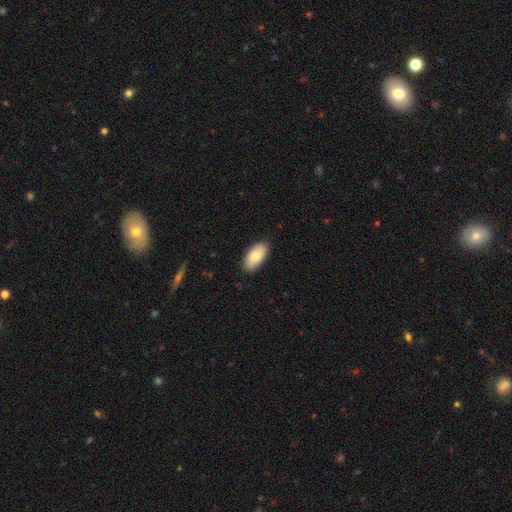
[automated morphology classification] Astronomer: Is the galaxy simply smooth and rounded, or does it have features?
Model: smooth — 81%.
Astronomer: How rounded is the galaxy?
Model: in between — 94%.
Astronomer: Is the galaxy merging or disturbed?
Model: none — 88%.